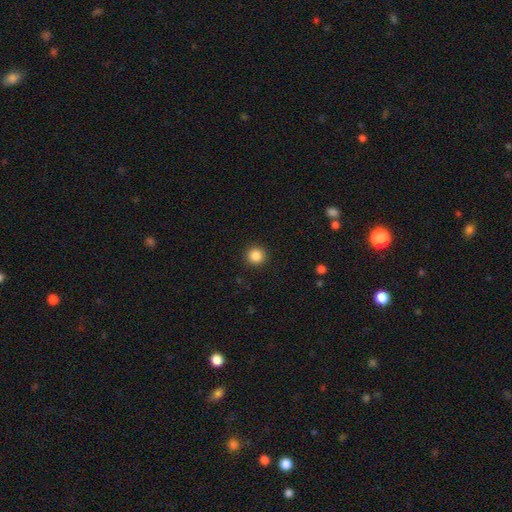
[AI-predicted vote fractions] smooth 86%, star or artifact 10%, featured or disk 3%. Down the decision tree: how rounded — round (95%); merging — none (92%).